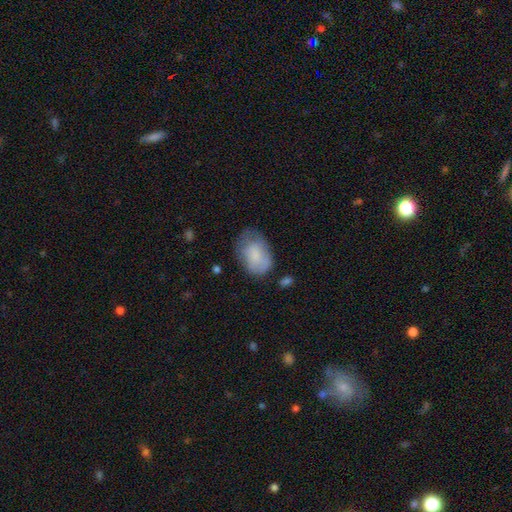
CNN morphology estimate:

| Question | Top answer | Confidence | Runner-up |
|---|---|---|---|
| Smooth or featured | smooth | 78% | featured or disk (15%) |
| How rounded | in between | 85% | round (14%) |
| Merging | none | 52% | minor disturbance (32%) |